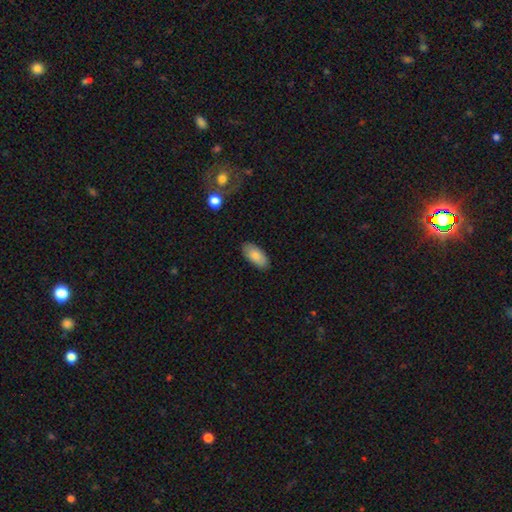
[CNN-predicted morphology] Smooth or featured? Predicted: smooth (p=0.85). How rounded? Predicted: in between (p=0.92). Merging? Predicted: none (p=0.87).